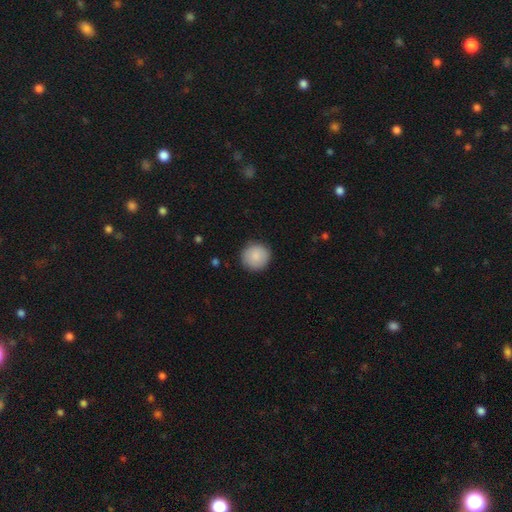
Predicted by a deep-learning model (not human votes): Smooth or featured? smooth (88%)
How rounded? round (95%)
Merging? none (90%)